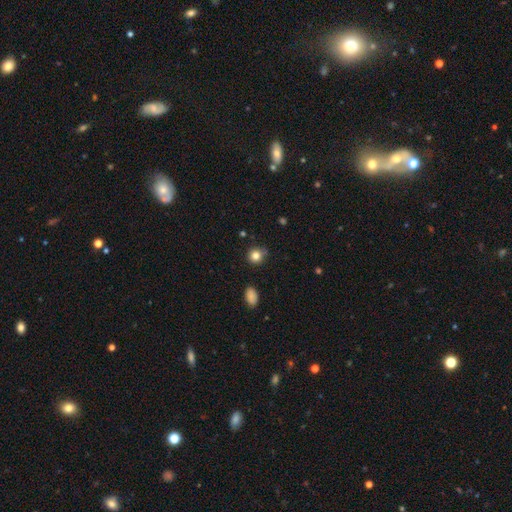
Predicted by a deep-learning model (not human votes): A smooth galaxy with no disk features (82%) that is round (87%).

Vote fractions:
- Smooth or featured? smooth: 82% / star or artifact: 12% / featured or disk: 6%
- How rounded? round: 87% / in between: 12% / cigar-shaped: 1%
- Merging? none: 76% / minor disturbance: 17% / major disturbance: 4% / merger: 3%